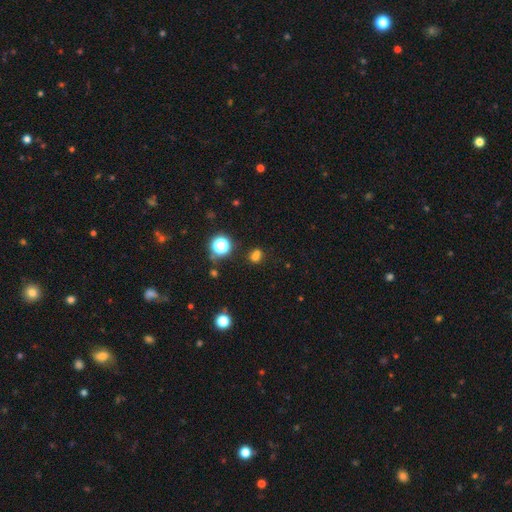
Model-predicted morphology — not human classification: This appears to be a smooth galaxy with no disk features (63%) that is round (66%). Merging: none (55%).